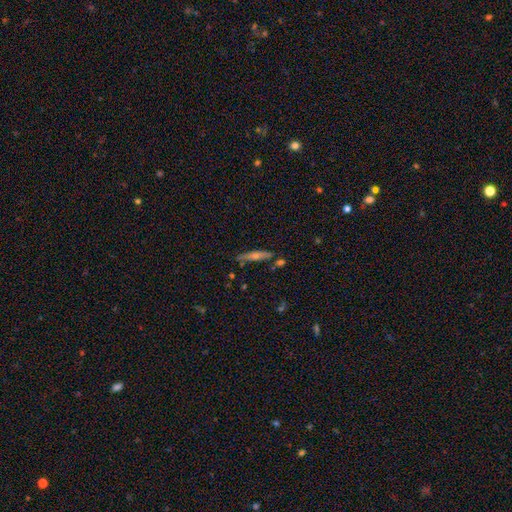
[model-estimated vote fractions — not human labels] smooth-or-featured: featured or disk: 54% | smooth: 36% | star or artifact: 9%
  disk-edge-on: yes: 92% | no: 8%
  merging: none: 80% | minor disturbance: 12% | merger: 5% | major disturbance: 3%